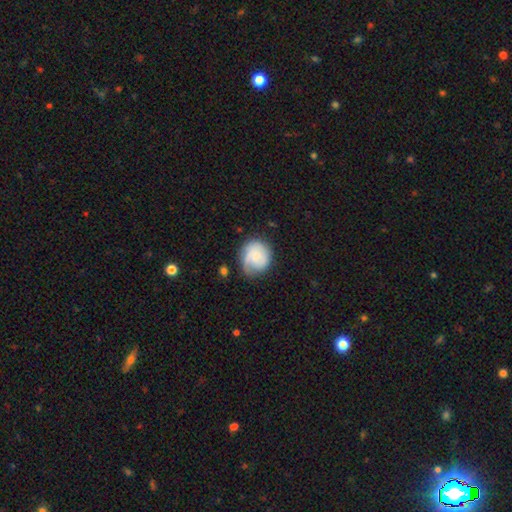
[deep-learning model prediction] smooth_or_featured: smooth (p=0.46) [tied with: featured or disk p=0.46]
merging: none (p=0.59) [alt: minor disturbance p=0.25]